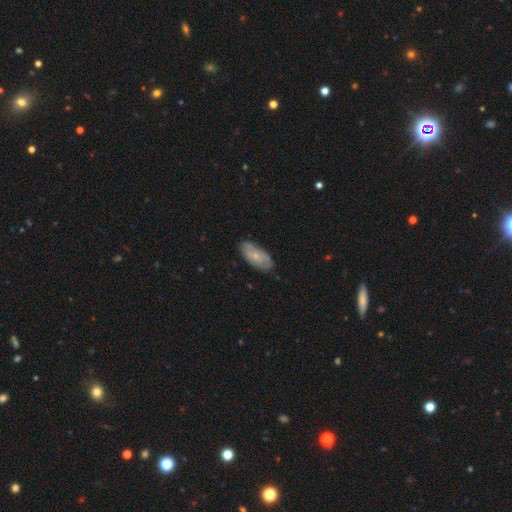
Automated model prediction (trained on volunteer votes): Smooth or featured: smooth — 55% (featured or disk — 39%)
How rounded: in between — 89% (cigar-shaped — 9%)
Merging: none — 77% (minor disturbance — 18%)